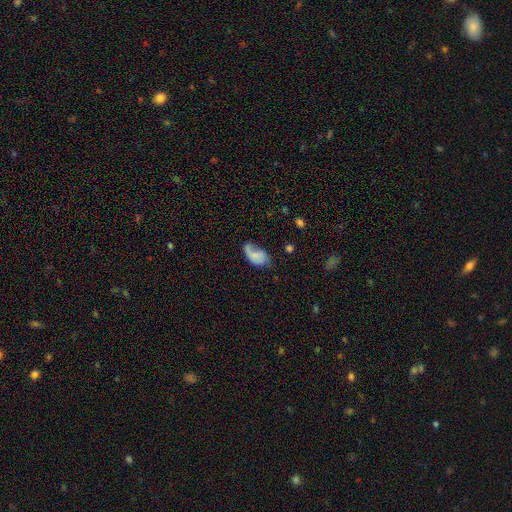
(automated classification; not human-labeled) Q: Smooth or featured?
A: smooth (62%); runner-up: featured or disk (28%)
Q: How rounded?
A: in between (91%); runner-up: round (7%)
Q: Merging?
A: none (33%); runner-up: minor disturbance (29%)